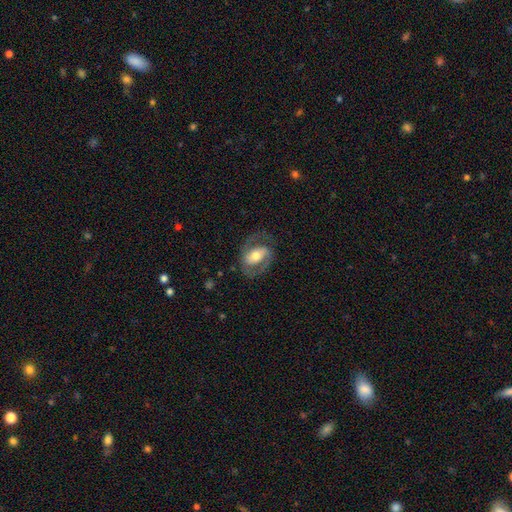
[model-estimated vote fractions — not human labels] The model was most divided on "bar": strong: 37%, weak: 34%, no: 29%. More confident: edge-on disk — no (96%); spiral arm count — 2 (84%); spiral arms — yes (80%); smooth or featured — featured or disk (73%); merging — none (70%); bulge size — moderate (63%); spiral winding — medium (51%).